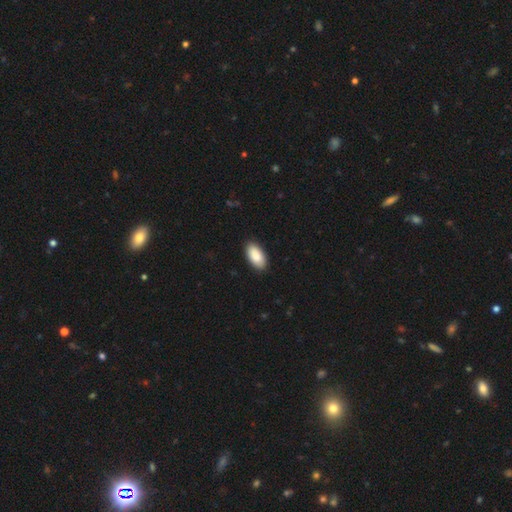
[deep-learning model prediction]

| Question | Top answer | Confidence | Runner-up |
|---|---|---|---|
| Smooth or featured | smooth | 89% | star or artifact (6%) |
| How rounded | in between | 94% | cigar-shaped (4%) |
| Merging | none | 89% | minor disturbance (8%) |